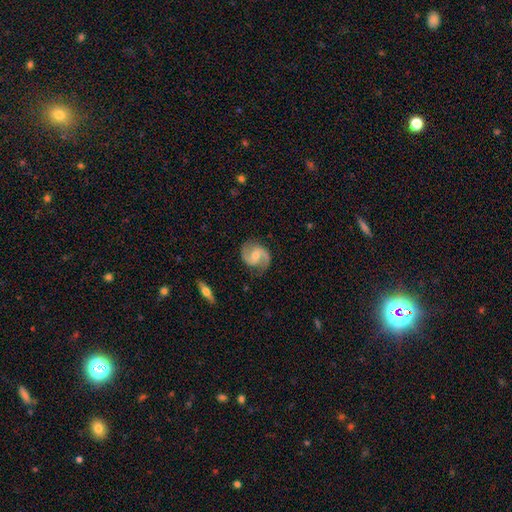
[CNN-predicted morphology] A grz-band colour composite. It shows a featured or disk galaxy (88%) with a weak bar (46%), 2 (93%) medium (56%) spiral arms (97%) and a moderate central bulge (52%). Merging: none (83%).